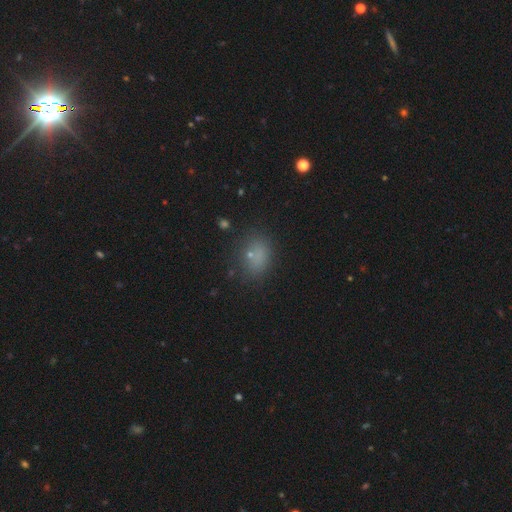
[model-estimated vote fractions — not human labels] smooth_or_featured: smooth (p=0.70) [alt: star or artifact p=0.19]
how_rounded: in between (p=0.65) [alt: round p=0.33]
merging: none (p=0.72) [alt: minor disturbance p=0.16]